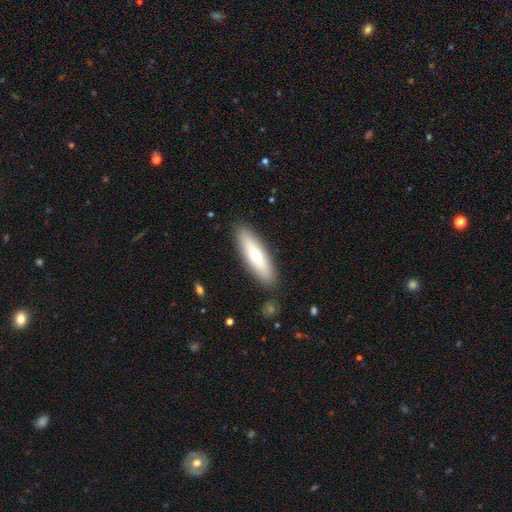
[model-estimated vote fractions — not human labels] Overall: smooth (65%; featured or disk 29%). How rounded: cigar-shaped (61%; in between 37%). Merging: none (88%).